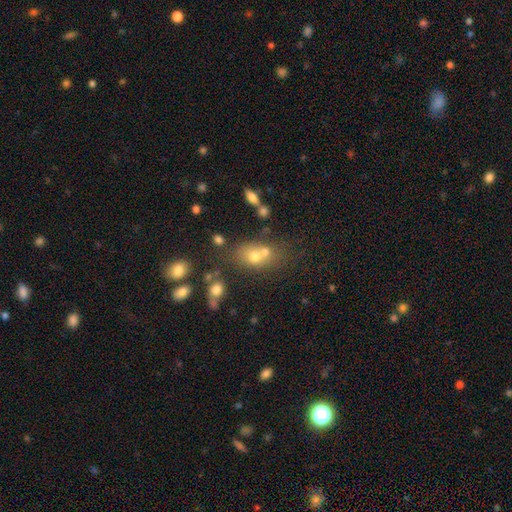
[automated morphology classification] Smooth or featured: smooth — 57% (star or artifact — 28%)
How rounded: in between — 51% (round — 44%)
Merging: none — 53% (merger — 29%)